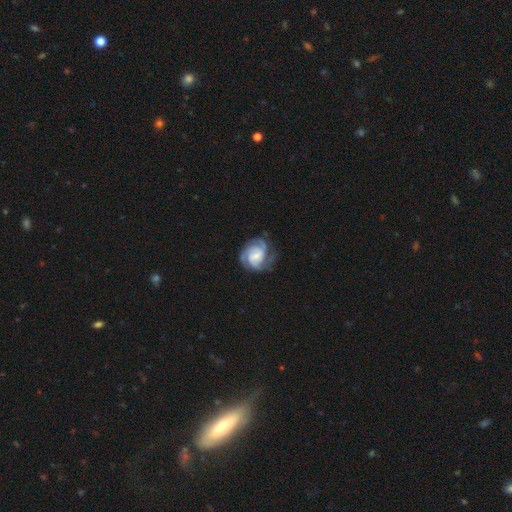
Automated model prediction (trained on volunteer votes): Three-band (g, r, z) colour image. It shows a featured or disk galaxy (85%) with no bar (46%), 3 (39%) tight (51%) spiral arms (97%) and a small central bulge (51%). Merging: none (66%).